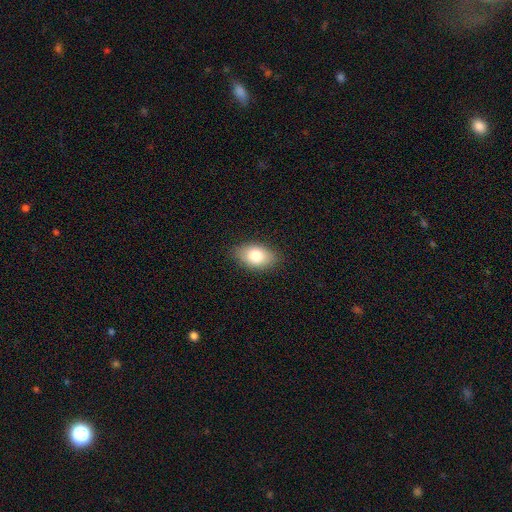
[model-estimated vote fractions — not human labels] This appears to be a smooth galaxy with no disk features (81%) that is in between round and cigar-shaped (91%). Merging: none (85%).